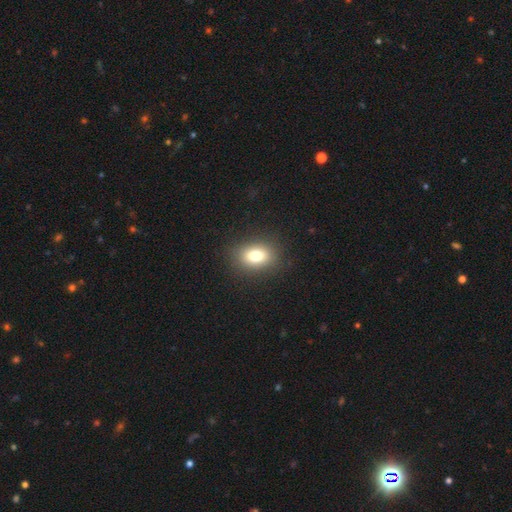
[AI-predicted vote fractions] This is likely a smooth galaxy (78%). How rounded: likely in between (67%). Merging: clearly none (88%).